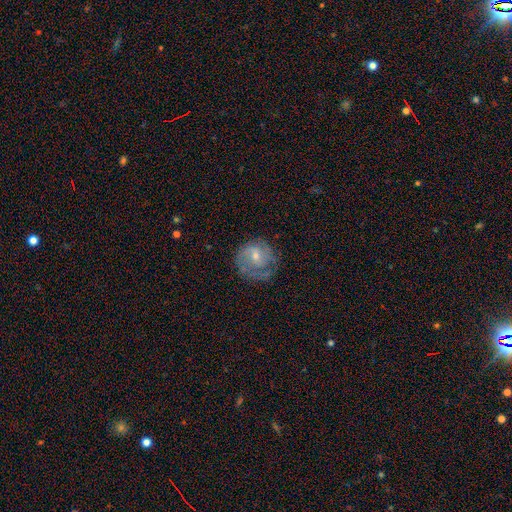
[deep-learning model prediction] Smooth or featured: featured or disk — 68% (smooth — 24%)
Edge-on disk: no — 97% (yes — 3%)
Bar: no — 53% (weak — 40%)
Spiral arms: yes — 87% (no — 13%)
Spiral winding: tight — 49% (medium — 37%)
Spiral arm count: 2 — 44% (can't tell — 28%)
Bulge size: small — 53% (moderate — 41%)
Merging: none — 68% (minor disturbance — 20%)